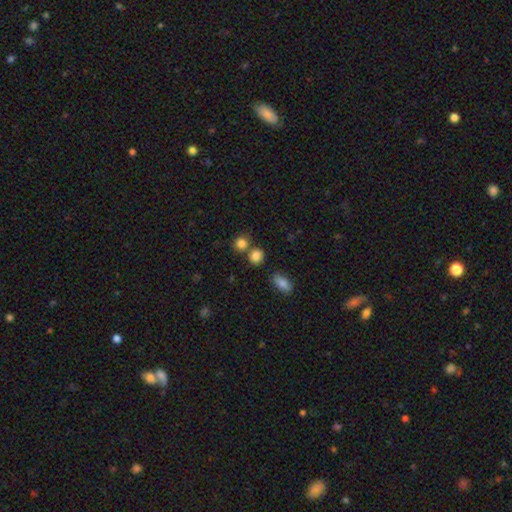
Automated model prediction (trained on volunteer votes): smooth-or-featured: smooth: 84% | star or artifact: 11% | featured or disk: 5%
  how-rounded: round: 81% | in between: 18% | cigar-shaped: 1%
  merging: none: 65% | merger: 21% | minor disturbance: 10% | major disturbance: 3%